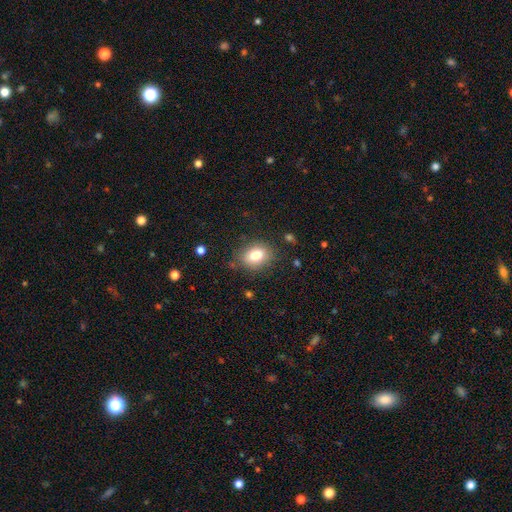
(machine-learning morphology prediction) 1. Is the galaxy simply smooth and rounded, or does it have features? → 81% smooth, 10% star or artifact, 9% featured or disk.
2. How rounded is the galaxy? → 68% in between, 31% round, 1% cigar-shaped.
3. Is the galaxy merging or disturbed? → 82% none, 13% minor disturbance, 4% major disturbance, 2% merger.